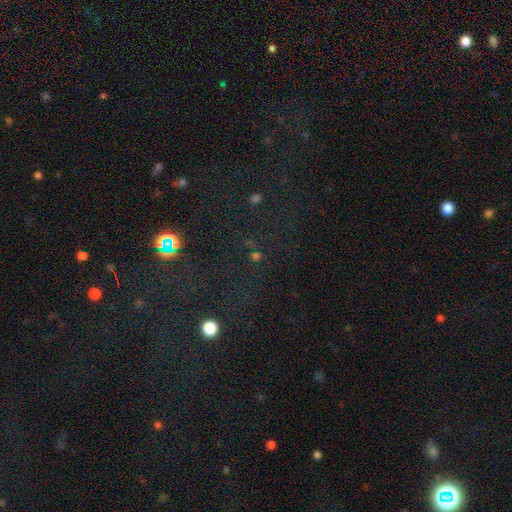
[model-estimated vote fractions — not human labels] Overall: star or artifact (67%).